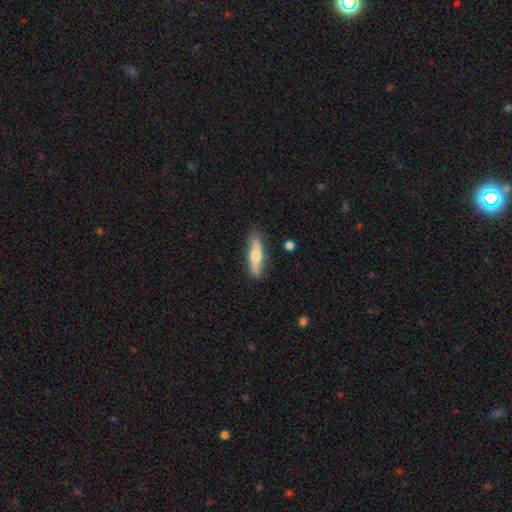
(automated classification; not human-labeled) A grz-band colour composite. It shows a smooth galaxy with no disk features (58%) that is cigar-shaped (62%). Merging: none (81%).